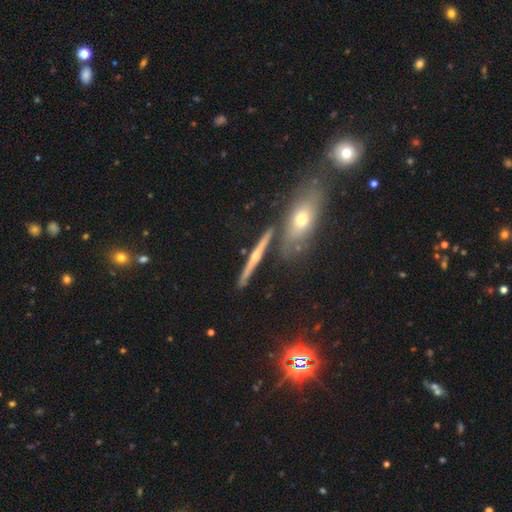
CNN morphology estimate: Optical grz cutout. It shows a featured or disk galaxy (68%) viewed edge-on (95%) with a rounded central bulge (80%). Merging: none (82%).